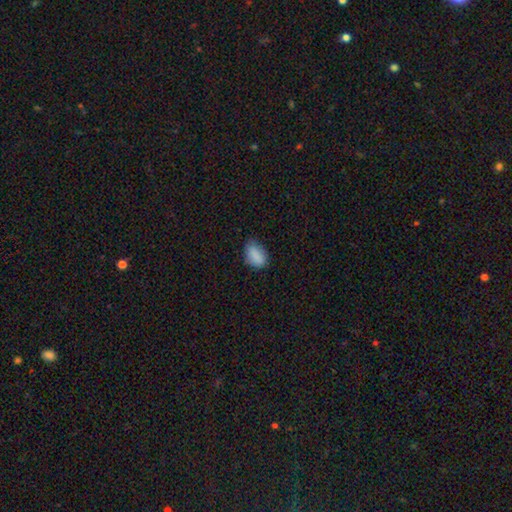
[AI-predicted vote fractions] Smooth or featured: smooth — 87% (star or artifact — 8%)
How rounded: in between — 88% (round — 11%)
Merging: none — 68% (minor disturbance — 27%)